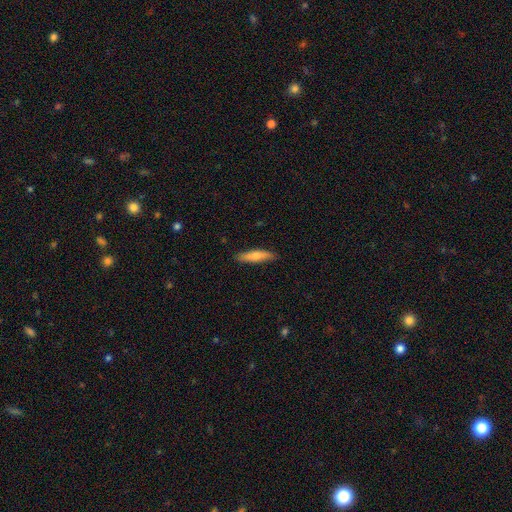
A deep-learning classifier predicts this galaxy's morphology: Overall: smooth (63%; featured or disk 31%). How rounded: cigar-shaped (82%). Merging: none (88%).